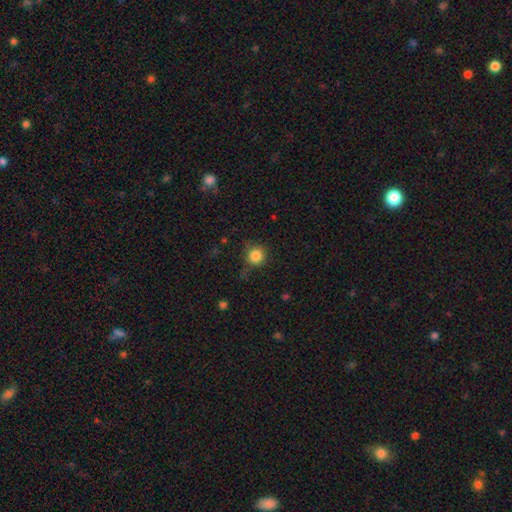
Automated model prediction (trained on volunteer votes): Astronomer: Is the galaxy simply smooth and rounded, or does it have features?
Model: smooth — 84%.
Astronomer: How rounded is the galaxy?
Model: round — 91%.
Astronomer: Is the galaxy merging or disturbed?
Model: none — 74%.